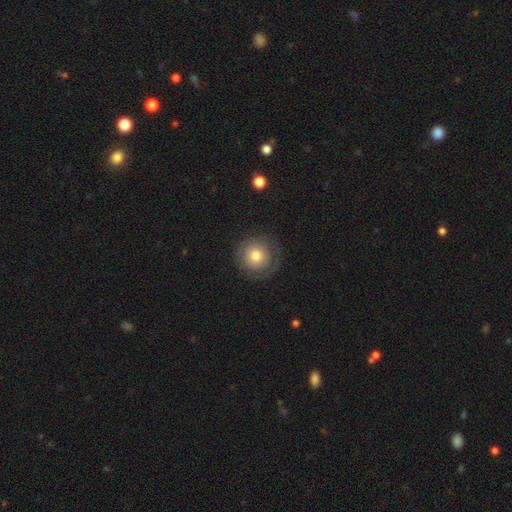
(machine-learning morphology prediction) type=smooth (66%); roundness=round (94%); merging=none (77%).